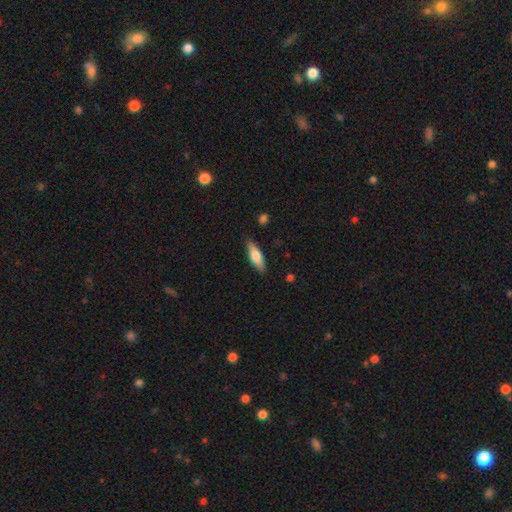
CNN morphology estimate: smooth_or_featured: smooth (p=0.65) [alt: featured or disk p=0.29]
how_rounded: in between (p=0.50) [alt: cigar-shaped p=0.48]
merging: none (p=0.87) [alt: minor disturbance p=0.10]